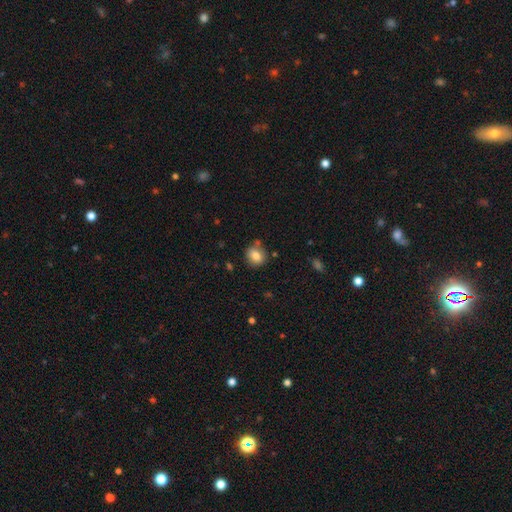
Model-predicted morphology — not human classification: Smooth or featured? smooth (80%)
How rounded? round (67%)
Merging? none (75%)